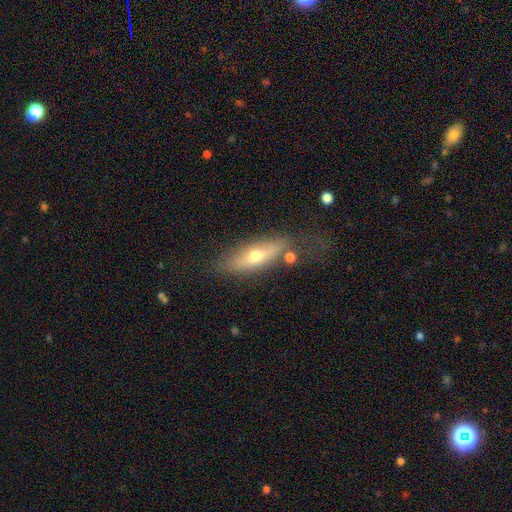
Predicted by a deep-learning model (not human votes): This appears to be a smooth galaxy with no disk features (51%) that is cigar-shaped (51%). Merging: none (65%).